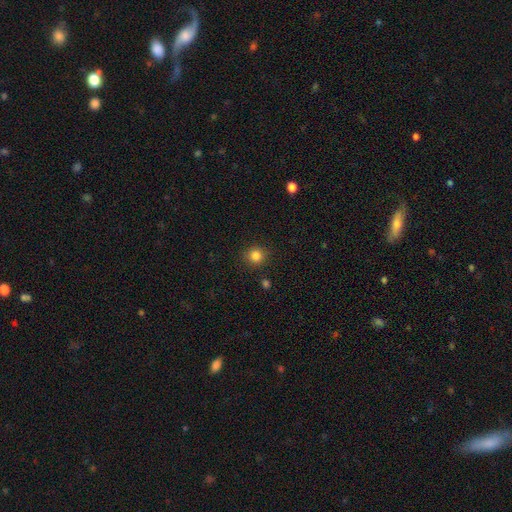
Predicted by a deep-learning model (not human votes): The model was most divided on "smooth or featured": smooth: 83%, star or artifact: 12%, featured or disk: 5%. More confident: how rounded — round (90%); merging — none (88%).